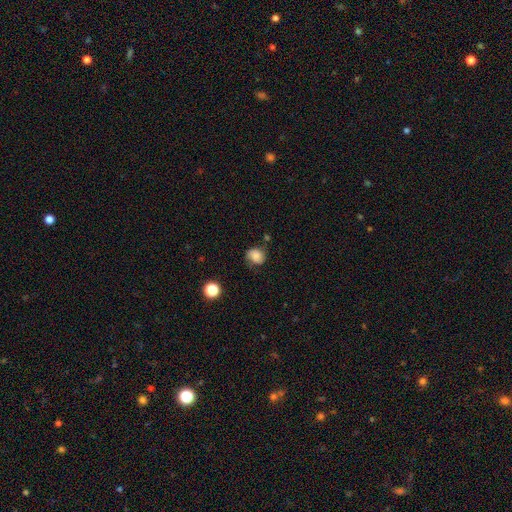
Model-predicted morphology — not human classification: Smooth or featured?
  - smooth: 72% *
  - featured or disk: 16%
  - star or artifact: 12%
How rounded?
  - round: 67% *
  - in between: 32%
  - cigar-shaped: 1%
Merging?
  - none: 63% *
  - minor disturbance: 26%
  - major disturbance: 8%
  - merger: 3%